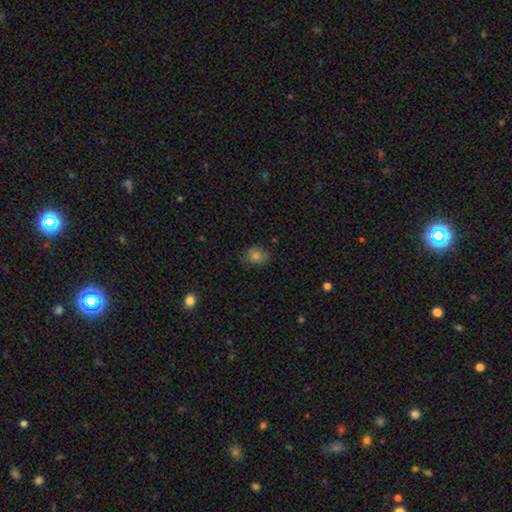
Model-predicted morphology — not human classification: Smooth or featured: smooth — 69% (star or artifact — 16%)
How rounded: round — 54% (in between — 45%)
Merging: none — 74% (minor disturbance — 19%)